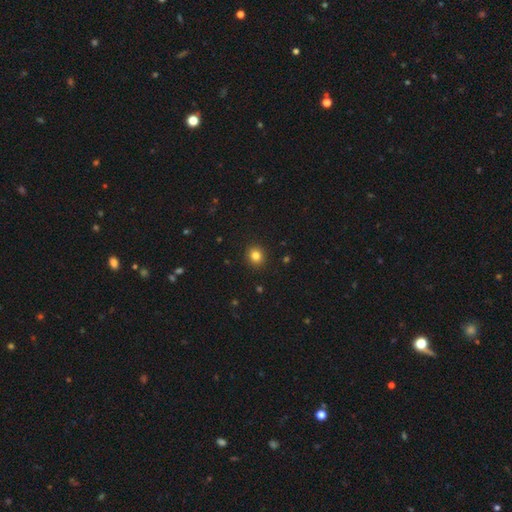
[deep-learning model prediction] smooth-or-featured: smooth: 83% | star or artifact: 12% | featured or disk: 5%
  how-rounded: round: 84% | in between: 15% | cigar-shaped: 1%
  merging: none: 92% | minor disturbance: 5% | major disturbance: 2% | merger: 1%